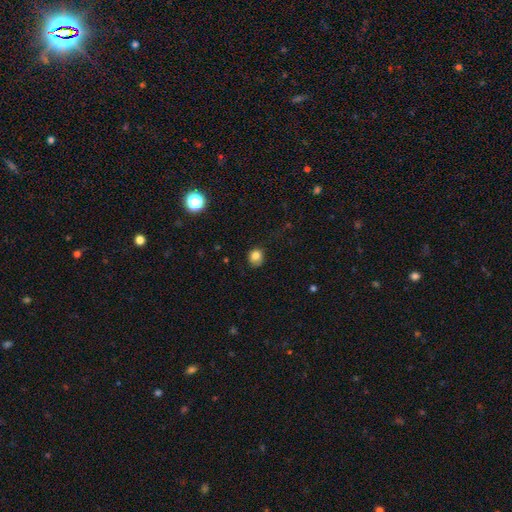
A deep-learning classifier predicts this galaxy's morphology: Smooth or featured? Predicted: smooth (p=0.81). How rounded? Predicted: round (p=0.69). Merging? Predicted: none (p=0.66).